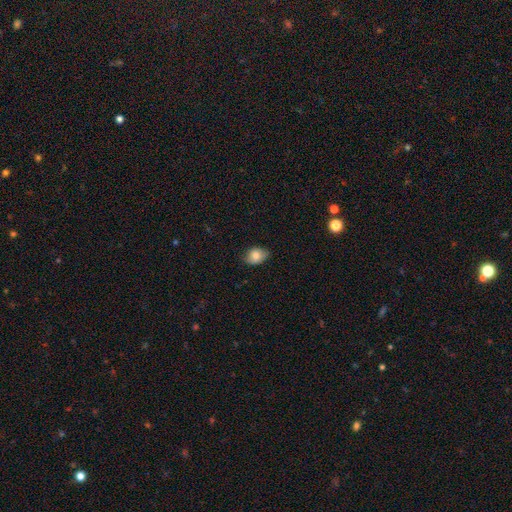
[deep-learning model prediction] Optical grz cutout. It shows a smooth galaxy with no disk features (79%) that is in between round and cigar-shaped (73%). Merging: none (76%).